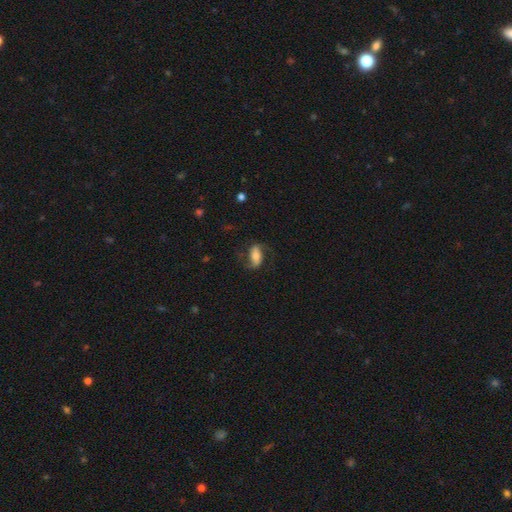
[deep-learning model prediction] This is possibly a featured or disk galaxy (54%). It is clearly not viewed edge-on (91%). Merging: likely none (68%).